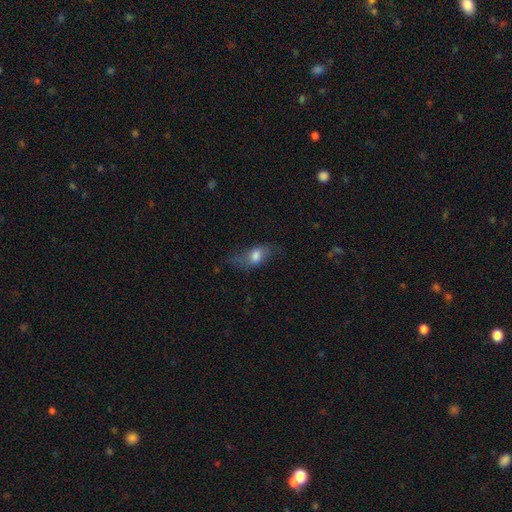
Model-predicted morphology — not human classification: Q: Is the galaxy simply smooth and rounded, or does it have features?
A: smooth — 66%.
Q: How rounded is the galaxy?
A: in between — 79%.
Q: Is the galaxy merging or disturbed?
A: none — 48%.